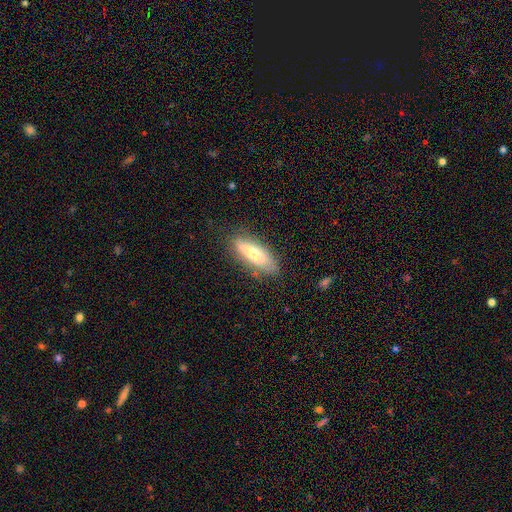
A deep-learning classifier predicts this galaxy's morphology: Smooth or featured? Predicted: smooth (p=0.58). How rounded? Predicted: in between (p=0.63). Merging? Predicted: none (p=0.79).